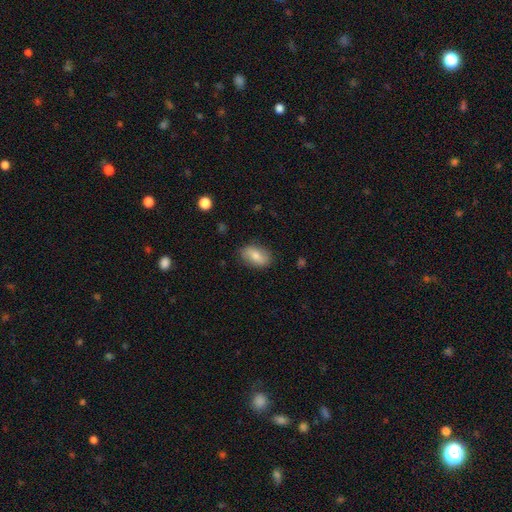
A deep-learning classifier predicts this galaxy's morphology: smooth 73%, featured or disk 20%, star or artifact 7%. Down the decision tree: how rounded — in between (89%); merging — none (82%).